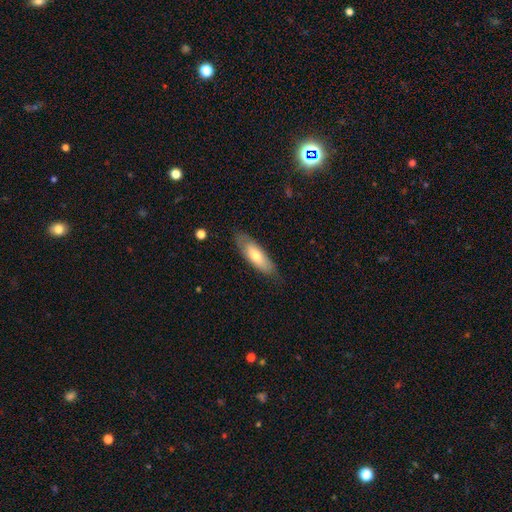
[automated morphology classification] smooth_or_featured: smooth (p=0.62) [alt: featured or disk p=0.32]
how_rounded: in between (p=0.57) [alt: cigar-shaped p=0.41]
merging: none (p=0.76) [alt: minor disturbance p=0.18]